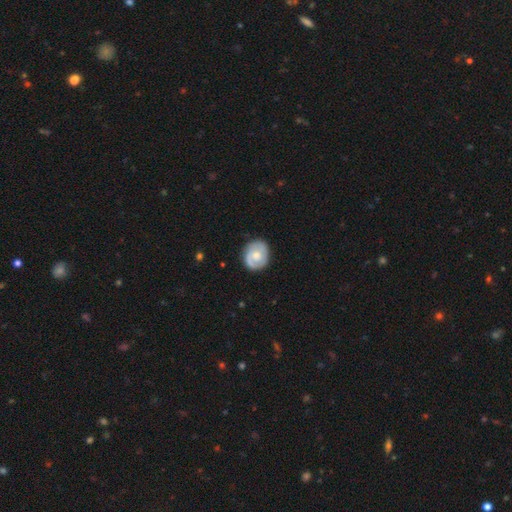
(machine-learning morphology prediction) Smooth or featured? featured or disk (59%)
Edge-on disk? no (97%)
Bar? no (73%)
Spiral arms? yes (77%)
Bulge size? moderate (64%)
Merging? none (80%)